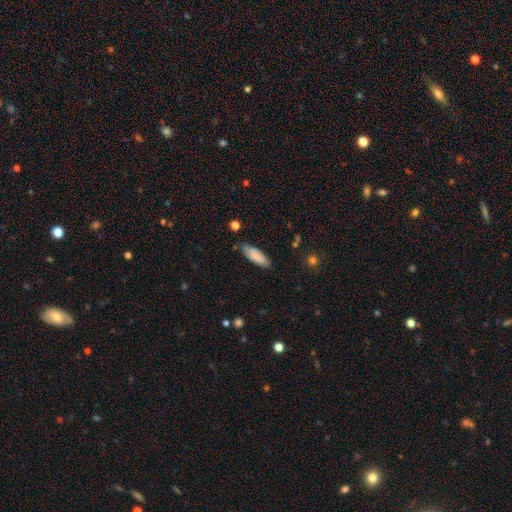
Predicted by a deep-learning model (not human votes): A smooth galaxy with no disk features (82%) that is in between round and cigar-shaped (60%). Merging: none (78%).